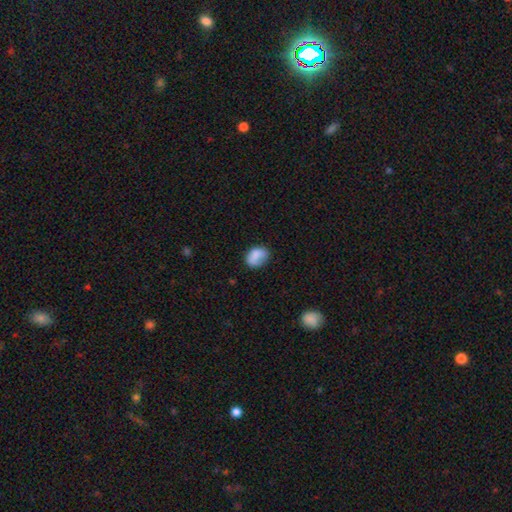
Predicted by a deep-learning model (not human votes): Smooth or featured?
  - smooth: 80% *
  - featured or disk: 11%
  - star or artifact: 8%
How rounded?
  - in between: 64% *
  - round: 34%
  - cigar-shaped: 1%
Merging?
  - none: 61% *
  - minor disturbance: 27%
  - major disturbance: 9%
  - merger: 3%